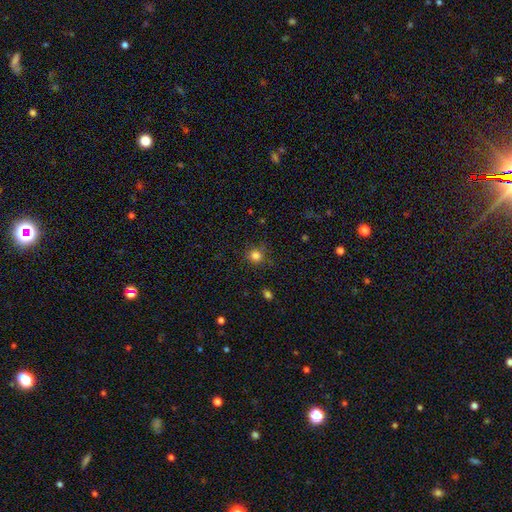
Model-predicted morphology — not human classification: Smooth or featured? Predicted: smooth (p=0.81). How rounded? Predicted: round (p=0.91). Merging? Predicted: none (p=0.83).